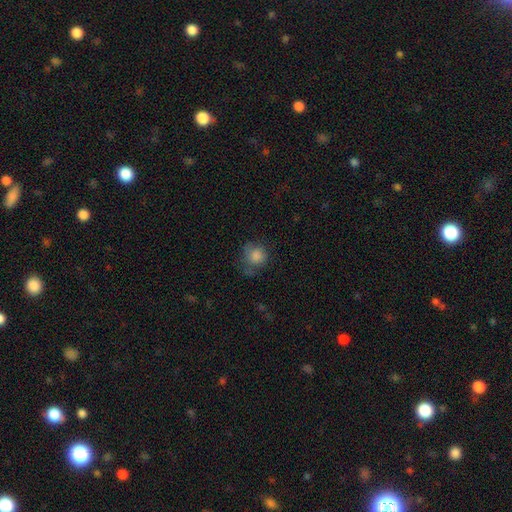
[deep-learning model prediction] Smooth or featured?
  - smooth: 80% *
  - star or artifact: 11%
  - featured or disk: 9%
How rounded?
  - round: 82% *
  - in between: 17%
  - cigar-shaped: 1%
Merging?
  - none: 58% *
  - minor disturbance: 26%
  - major disturbance: 14%
  - merger: 3%